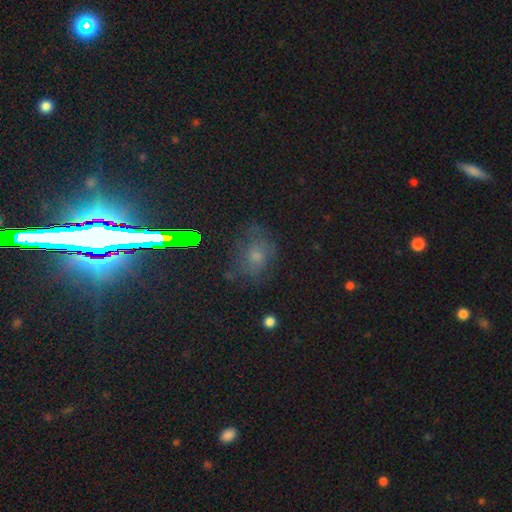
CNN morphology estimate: This appears to be a smooth galaxy with no disk features (42%). Merging: none (62%).